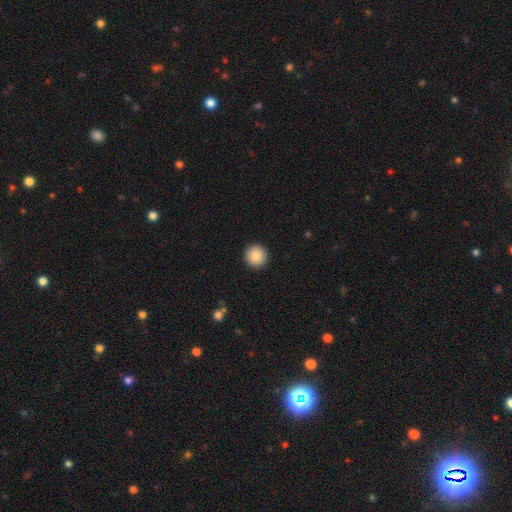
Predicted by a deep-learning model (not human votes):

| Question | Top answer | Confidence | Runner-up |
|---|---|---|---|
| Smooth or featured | smooth | 87% | star or artifact (8%) |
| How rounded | round | 95% | in between (4%) |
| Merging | none | 93% | minor disturbance (5%) |